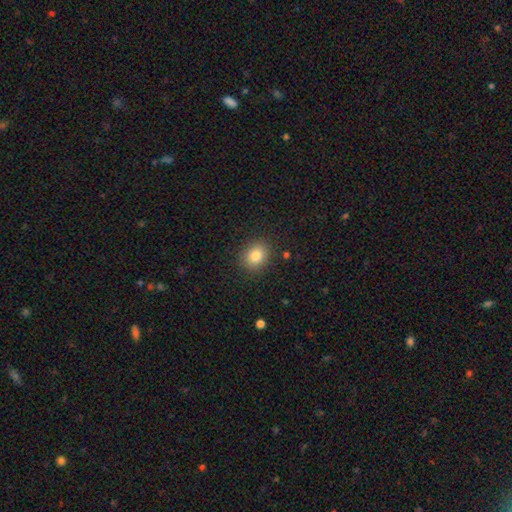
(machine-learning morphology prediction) Smooth or featured: smooth — 82% (star or artifact — 10%)
How rounded: round — 64% (in between — 35%)
Merging: none — 88% (minor disturbance — 8%)